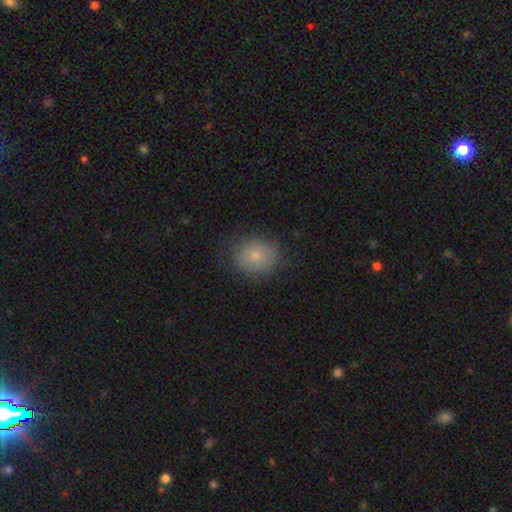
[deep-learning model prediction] Q: Smooth or featured?
A: smooth (77%); runner-up: featured or disk (14%)
Q: How rounded?
A: round (75%); runner-up: in between (24%)
Q: Merging?
A: none (77%); runner-up: minor disturbance (17%)